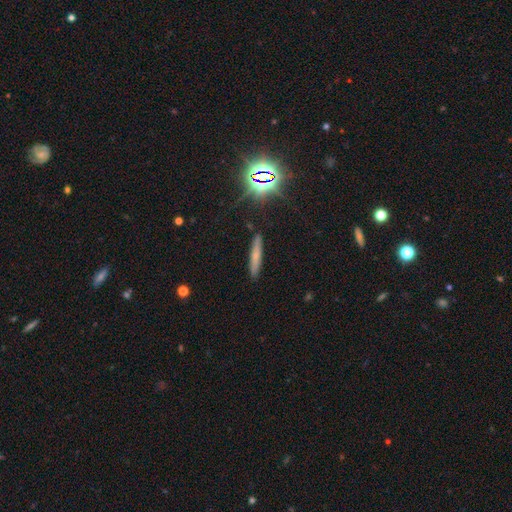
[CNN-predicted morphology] This appears to be a smooth galaxy with no disk features (55%) that is cigar-shaped (90%). Merging: none (87%).